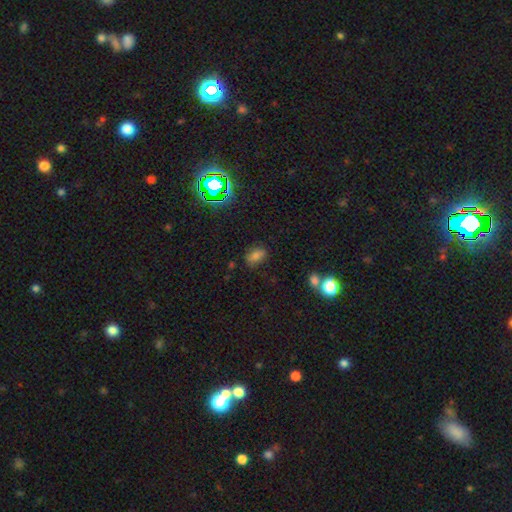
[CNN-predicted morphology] A smooth galaxy with no disk features (70%) that is in between round and cigar-shaped (82%).

Vote fractions:
- Smooth or featured? smooth: 70% / star or artifact: 20% / featured or disk: 9%
- How rounded? in between: 82% / round: 15% / cigar-shaped: 2%
- Merging? none: 76% / minor disturbance: 17% / major disturbance: 5% / merger: 3%